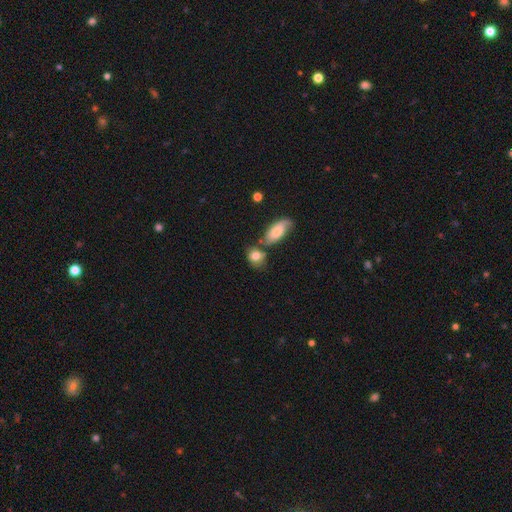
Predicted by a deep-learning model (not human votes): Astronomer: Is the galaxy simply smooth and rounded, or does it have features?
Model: smooth — 78%.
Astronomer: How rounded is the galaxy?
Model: in between — 51% (runner-up: round, 46%).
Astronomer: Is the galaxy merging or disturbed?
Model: none — 52%.